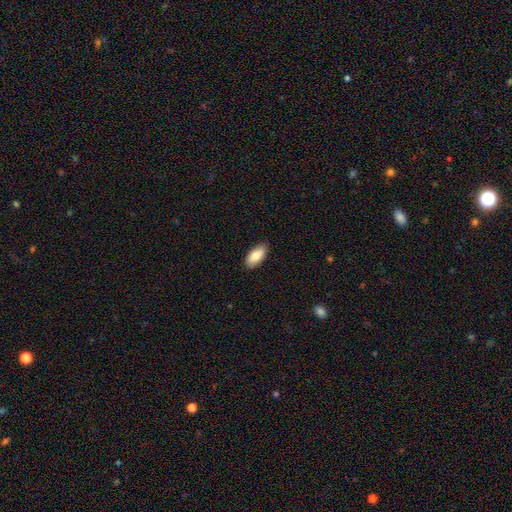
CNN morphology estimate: Smooth or featured? smooth (82%)
How rounded? in between (91%)
Merging? none (89%)